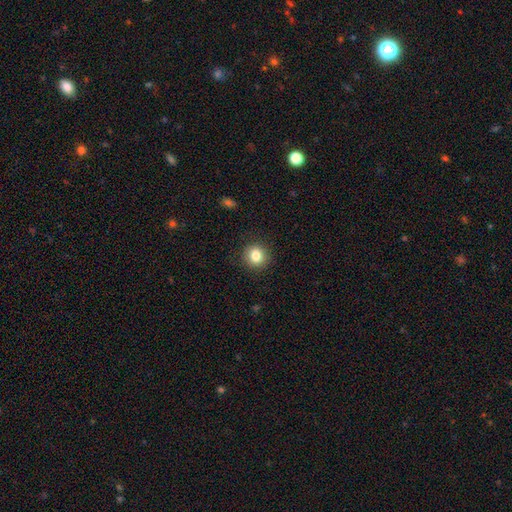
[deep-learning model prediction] Overall: smooth (83%). How rounded: round (90%). Merging: none (91%).